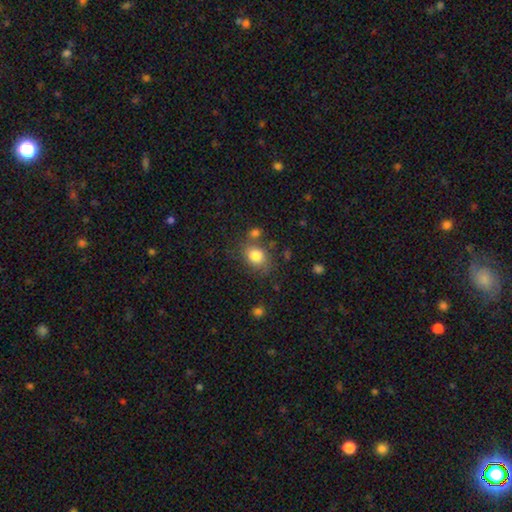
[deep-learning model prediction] Smooth or featured? smooth (80%)
How rounded? round (50%)
Merging? none (65%)